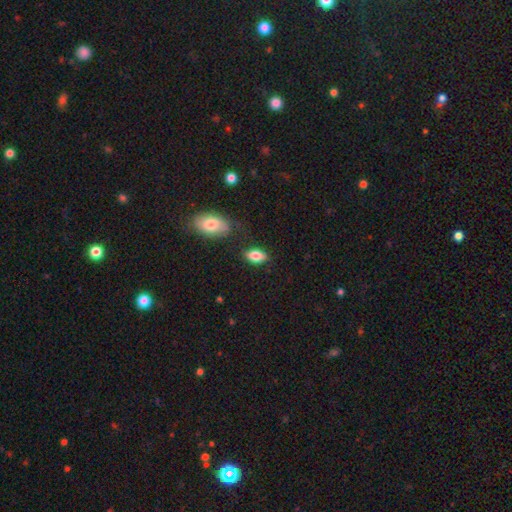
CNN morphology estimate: Smooth or featured: smooth — 83% (featured or disk — 10%)
How rounded: in between — 89% (round — 7%)
Merging: none — 76% (minor disturbance — 15%)